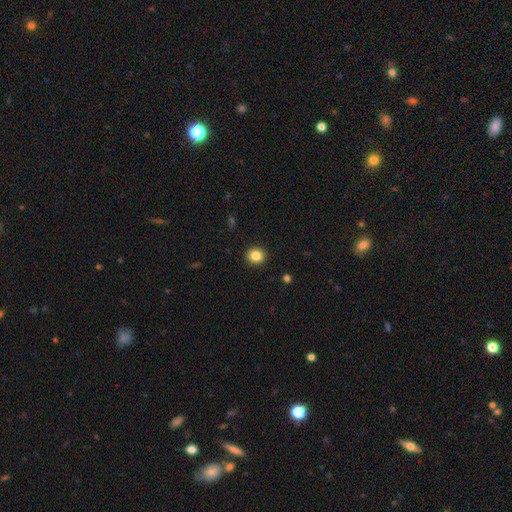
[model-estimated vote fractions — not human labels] This is clearly a smooth galaxy (84%). How rounded: clearly round (84%). Merging: clearly none (92%).